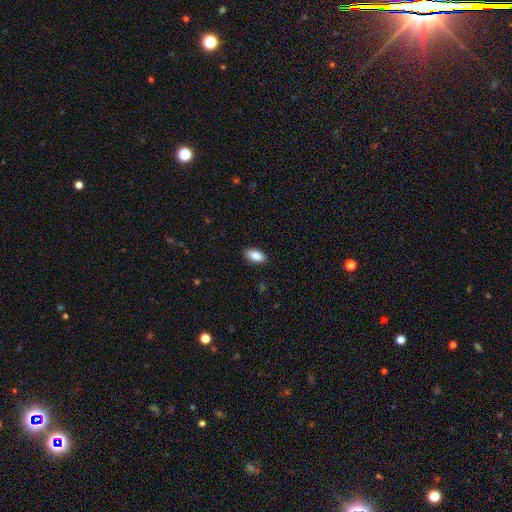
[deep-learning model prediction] smooth 86%, star or artifact 7%, featured or disk 7%. Down the decision tree: how rounded — in between (92%); merging — none (89%).